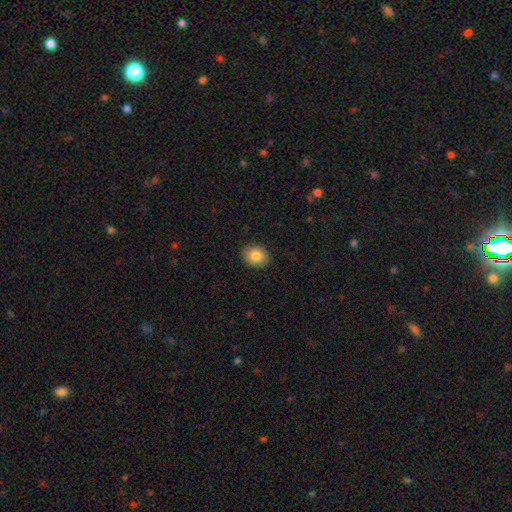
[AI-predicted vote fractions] smooth-or-featured: smooth: 85% | star or artifact: 8% | featured or disk: 7%
  how-rounded: round: 54% | in between: 46% | cigar-shaped: 1%
  merging: none: 90% | minor disturbance: 8% | major disturbance: 2% | merger: 1%